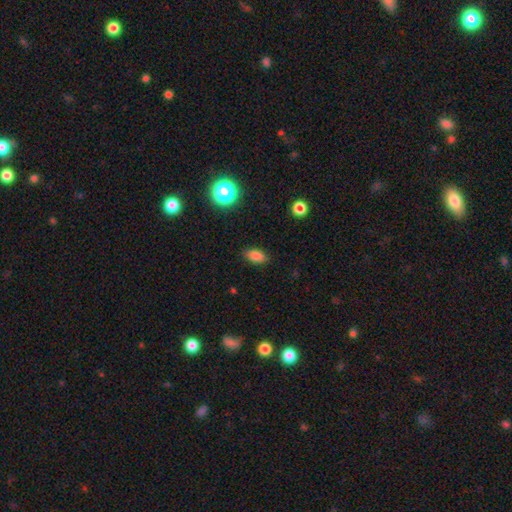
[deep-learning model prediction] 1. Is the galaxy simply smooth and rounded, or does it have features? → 83% smooth, 12% star or artifact, 5% featured or disk.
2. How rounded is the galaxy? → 88% in between, 8% round, 4% cigar-shaped.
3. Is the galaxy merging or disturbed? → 86% none, 10% minor disturbance, 3% major disturbance, 1% merger.